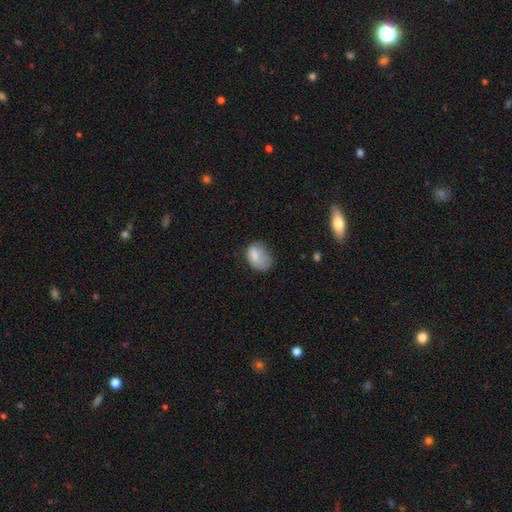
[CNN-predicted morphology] A smooth galaxy with no disk features (72%) that is in between round and cigar-shaped (76%). Merging: none (36%, tied with minor disturbance).